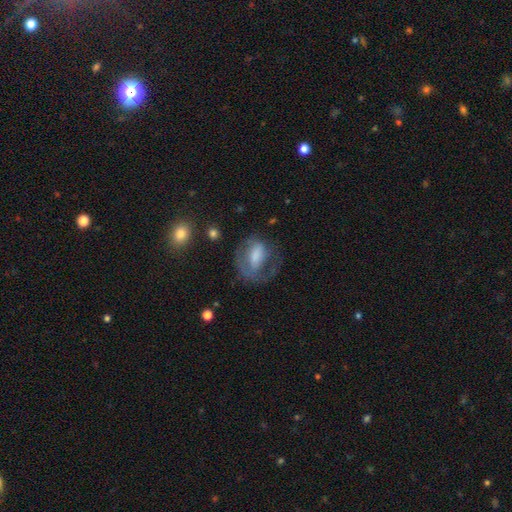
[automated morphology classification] Smooth or featured? Predicted: featured or disk (p=0.49). Merging? Predicted: none (p=0.38, tied with major disturbance).